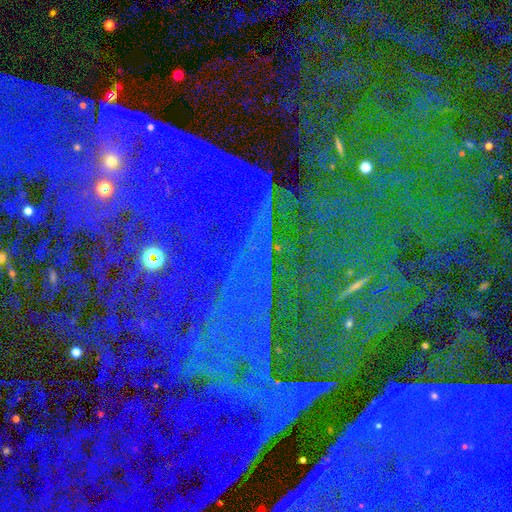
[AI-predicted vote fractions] Overall: star or artifact (87%).